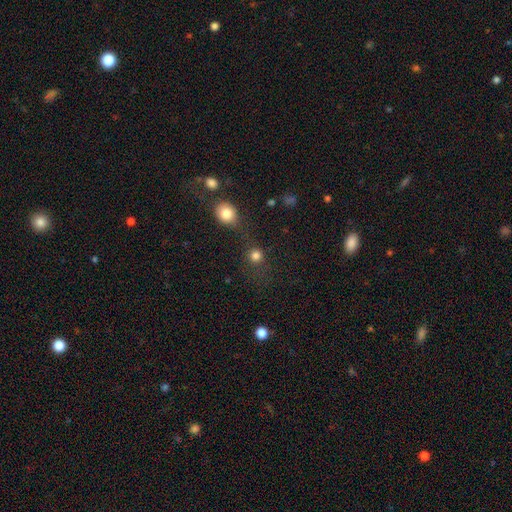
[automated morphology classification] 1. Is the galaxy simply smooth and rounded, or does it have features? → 81% smooth, 14% star or artifact, 6% featured or disk.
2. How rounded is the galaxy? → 90% round, 9% in between, 1% cigar-shaped.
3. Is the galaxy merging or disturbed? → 66% none, 18% merger, 9% minor disturbance, 7% major disturbance.